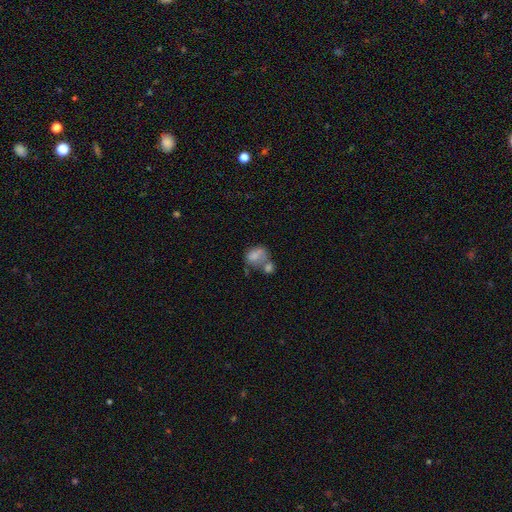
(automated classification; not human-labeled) Overall: smooth (71%). How rounded: in between (63%; round 36%). Merging: merger (53%; none 22%).